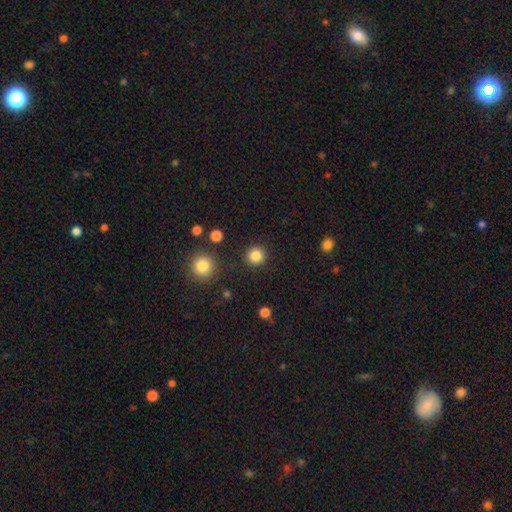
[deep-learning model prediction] Smooth or featured? smooth (85%)
How rounded? round (95%)
Merging? none (90%)